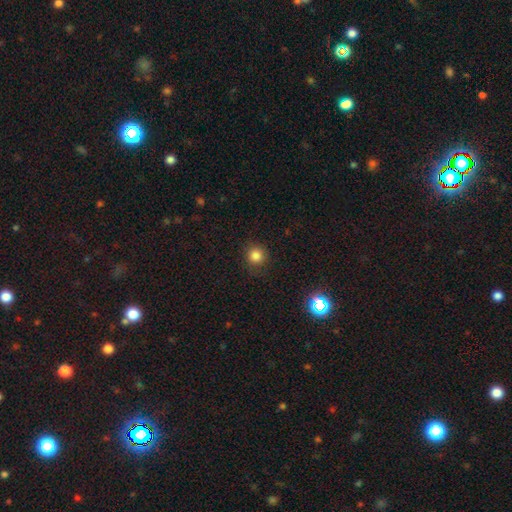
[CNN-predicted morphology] Smooth or featured? Predicted: smooth (p=0.83). How rounded? Predicted: round (p=0.91). Merging? Predicted: none (p=0.84).